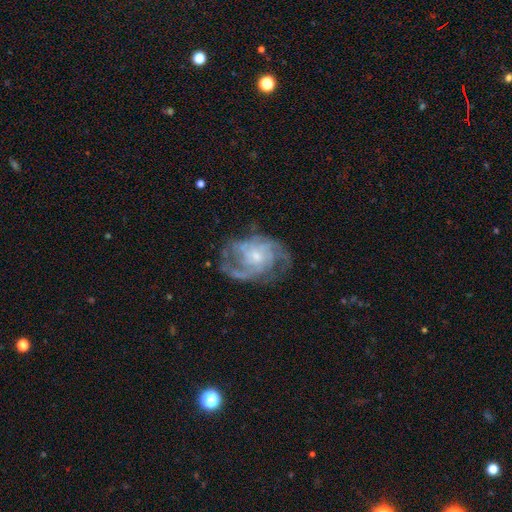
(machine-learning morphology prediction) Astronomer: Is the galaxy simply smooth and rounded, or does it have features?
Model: featured or disk — 86%.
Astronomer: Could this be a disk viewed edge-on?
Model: no — 98%.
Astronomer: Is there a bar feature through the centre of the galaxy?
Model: no — 67%.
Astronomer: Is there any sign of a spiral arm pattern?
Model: yes — 94%.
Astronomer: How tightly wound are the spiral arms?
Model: medium — 45% (runner-up: tight, 41%).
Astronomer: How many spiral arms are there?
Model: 3 — 26% (runner-up: 2, 25%).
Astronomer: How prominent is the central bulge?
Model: small — 59%.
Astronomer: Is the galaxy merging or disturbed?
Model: none — 66%.